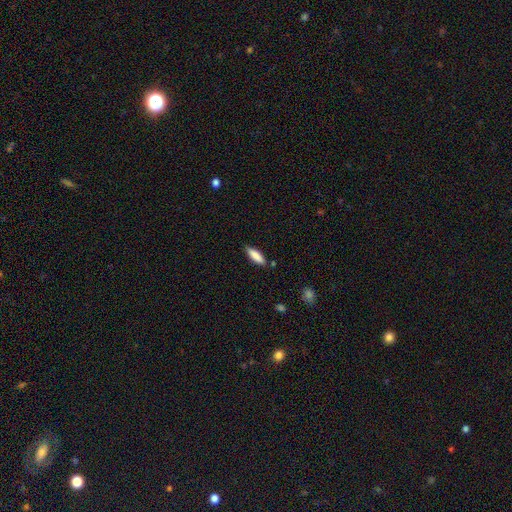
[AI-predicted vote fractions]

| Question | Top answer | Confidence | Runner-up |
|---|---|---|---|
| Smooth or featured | smooth | 85% | featured or disk (9%) |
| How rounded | cigar-shaped | 53% | in between (46%) |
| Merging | none | 84% | minor disturbance (12%) |